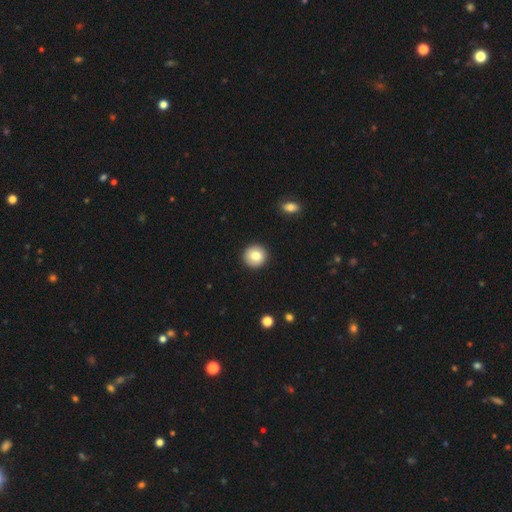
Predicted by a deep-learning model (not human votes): Q: Smooth or featured?
A: smooth (80%); runner-up: featured or disk (11%)
Q: How rounded?
A: round (95%); runner-up: in between (4%)
Q: Merging?
A: none (92%); runner-up: minor disturbance (5%)